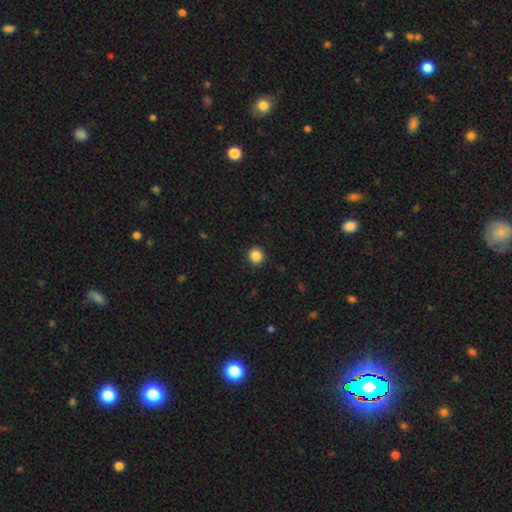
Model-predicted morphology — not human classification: A smooth galaxy with no disk features (87%) that is round (92%).

Vote fractions:
- Smooth or featured? smooth: 87% / star or artifact: 10% / featured or disk: 3%
- How rounded? round: 92% / in between: 7% / cigar-shaped: 1%
- Merging? none: 93% / minor disturbance: 5% / major disturbance: 2% / merger: 1%